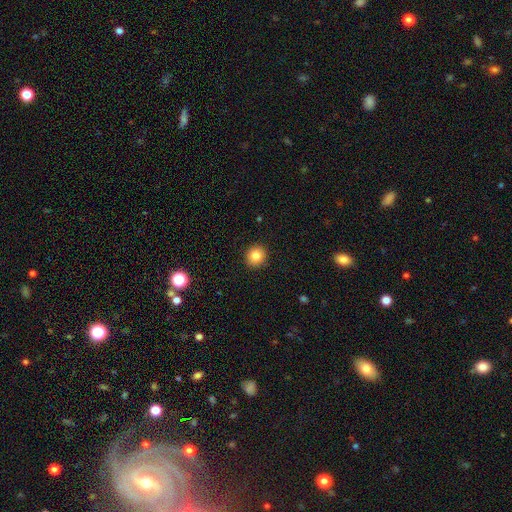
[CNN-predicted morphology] Smooth or featured: smooth — 84% (star or artifact — 10%)
How rounded: round — 89% (in between — 10%)
Merging: none — 92% (minor disturbance — 6%)